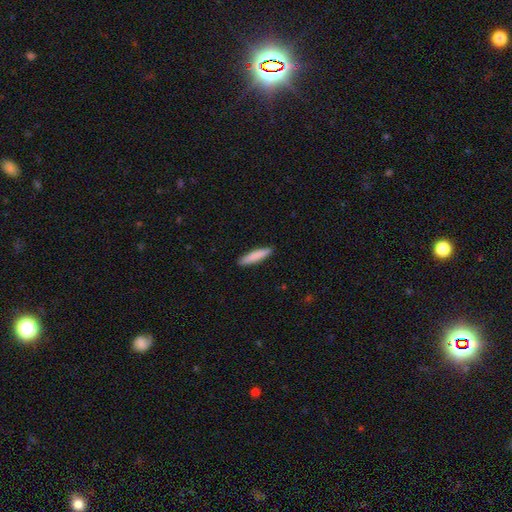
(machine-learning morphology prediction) smooth-or-featured: smooth: 84% | featured or disk: 10% | star or artifact: 6%
  how-rounded: cigar-shaped: 86% | in between: 12% | round: 1%
  merging: none: 90% | minor disturbance: 7% | major disturbance: 2% | merger: 1%